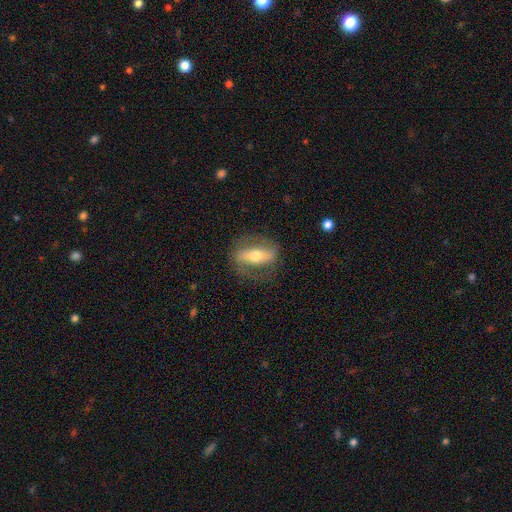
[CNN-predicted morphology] A featured or disk galaxy (66%).

Vote fractions:
- Smooth or featured? featured or disk: 66% / smooth: 28% / star or artifact: 6%
- Edge-on disk? no: 68% / yes: 32%
- Merging? none: 77% / minor disturbance: 14% / major disturbance: 8% / merger: 1%